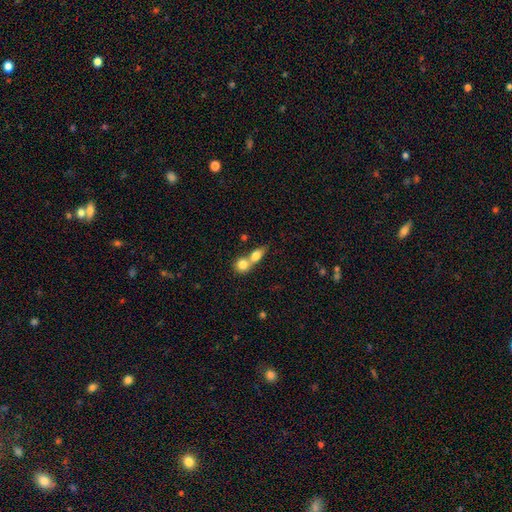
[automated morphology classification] Overall: smooth (76%). How rounded: round (46%, tied with in between). Merging: merger (69%).